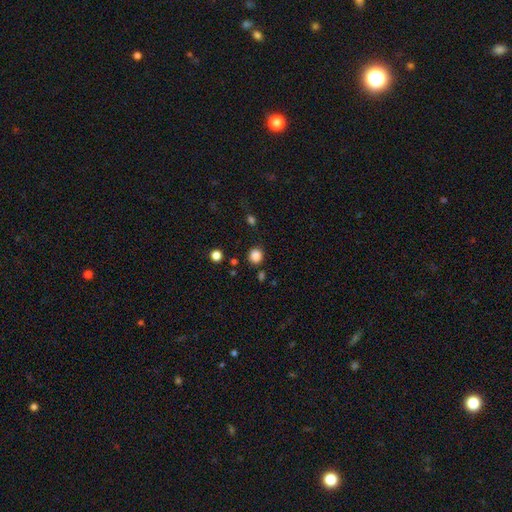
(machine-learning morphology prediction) Smooth or featured: smooth — 86% (star or artifact — 11%)
How rounded: round — 85% (in between — 15%)
Merging: none — 86% (minor disturbance — 8%)